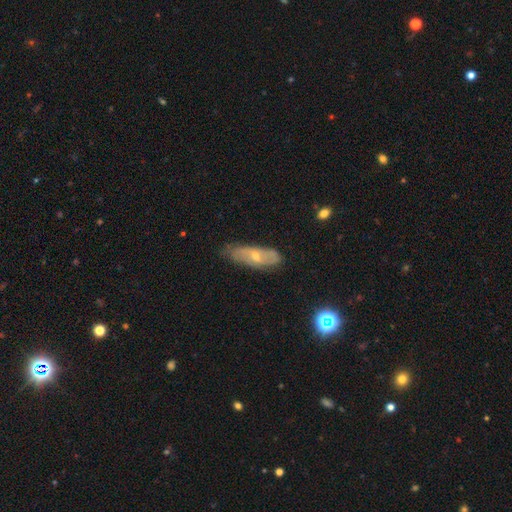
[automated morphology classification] Smooth or featured? Predicted: featured or disk (p=0.58). Edge-on disk? Predicted: no (p=0.77). Merging? Predicted: none (p=0.71).